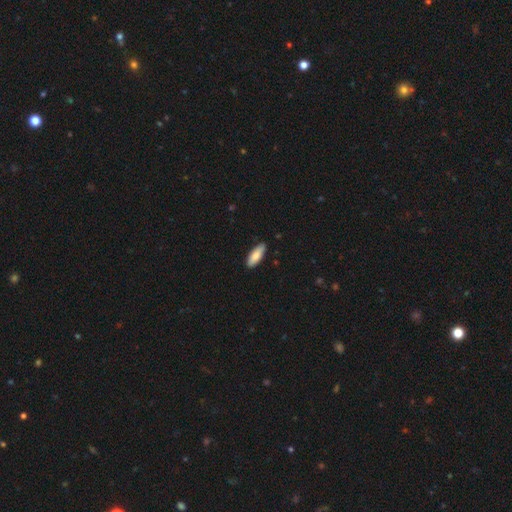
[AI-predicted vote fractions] Q: Smooth or featured?
A: smooth (83%); runner-up: featured or disk (12%)
Q: How rounded?
A: in between (64%); runner-up: cigar-shaped (34%)
Q: Merging?
A: none (88%); runner-up: minor disturbance (9%)